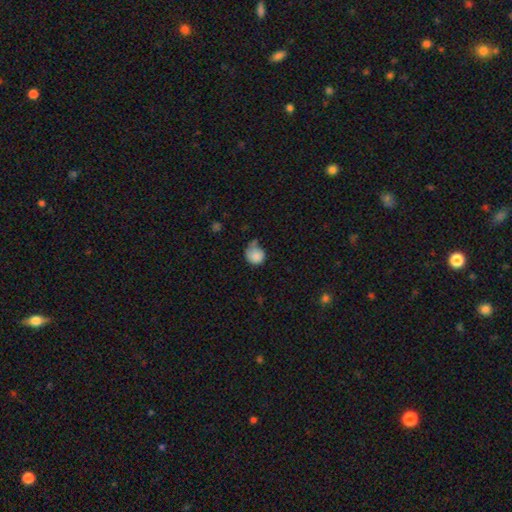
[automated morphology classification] Smooth or featured? Predicted: smooth (p=0.83). How rounded? Predicted: round (p=0.82). Merging? Predicted: none (p=0.40).